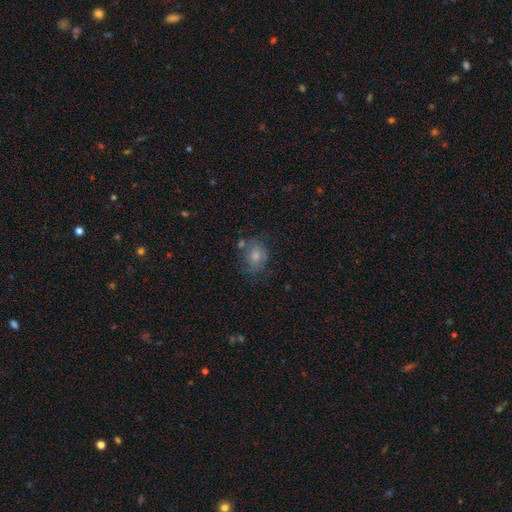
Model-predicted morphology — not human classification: The model was most divided on "how rounded" (2-way tie): in between: 49%, round: 49%, cigar-shaped: 1%. More confident: smooth or featured — smooth (67%); merging — none (53%).